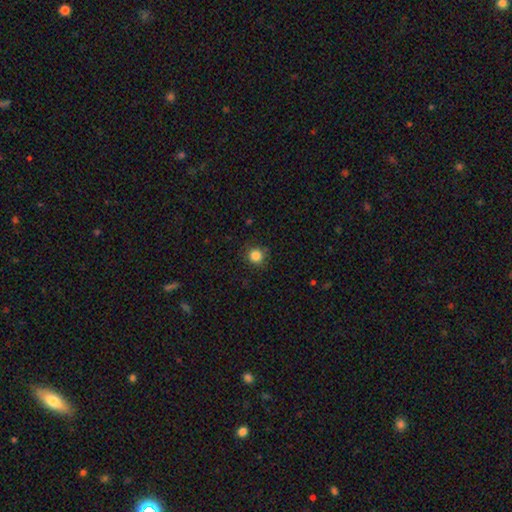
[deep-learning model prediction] smooth-or-featured: smooth: 85% | star or artifact: 12% | featured or disk: 4%
  how-rounded: round: 93% | in between: 6% | cigar-shaped: 1%
  merging: none: 87% | minor disturbance: 9% | major disturbance: 3% | merger: 1%